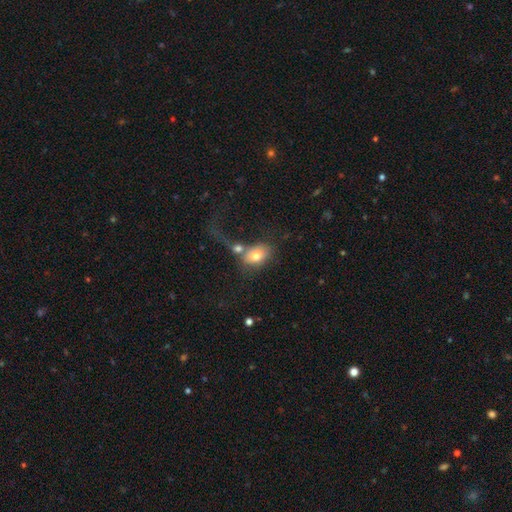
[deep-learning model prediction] A smooth galaxy with no disk features (73%) that is in between round and cigar-shaped (74%).

Vote fractions:
- Smooth or featured? smooth: 73% / featured or disk: 18% / star or artifact: 9%
- How rounded? in between: 74% / round: 24% / cigar-shaped: 2%
- Merging? merger: 45% / none: 26% / major disturbance: 18% / minor disturbance: 11%